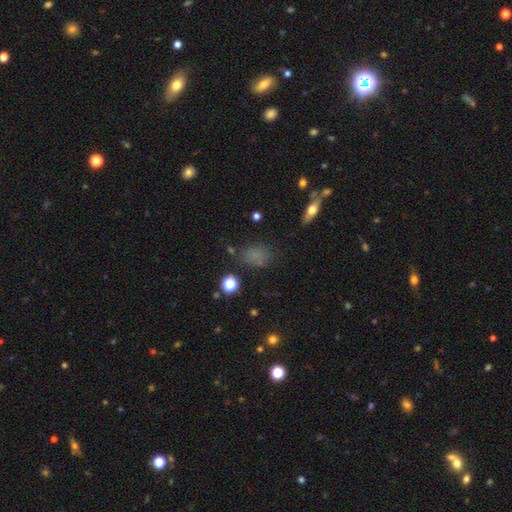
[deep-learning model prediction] smooth_or_featured: smooth (p=0.70) [alt: star or artifact p=0.20]
how_rounded: in between (p=0.71) [alt: round p=0.25]
merging: none (p=0.70) [alt: minor disturbance p=0.18]